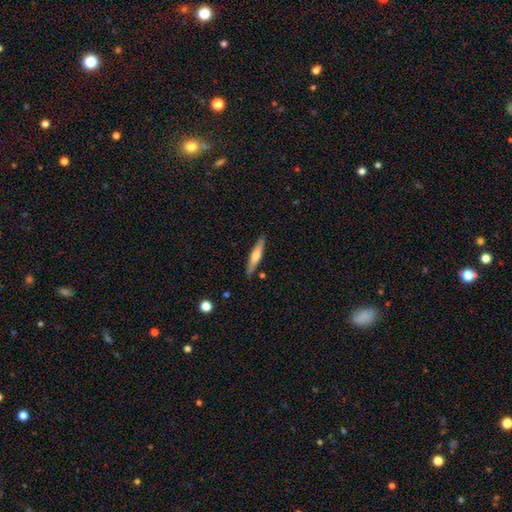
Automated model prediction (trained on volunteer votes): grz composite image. It shows a smooth galaxy with no disk features (51%) that is cigar-shaped (87%). Merging: none (87%).